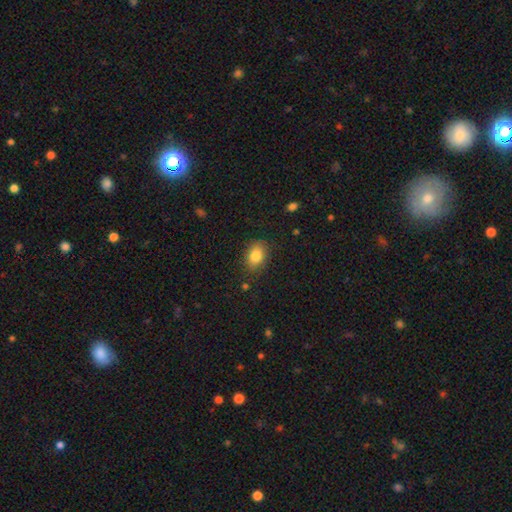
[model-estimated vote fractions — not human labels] This appears to be a smooth galaxy with no disk features (83%) that is in between round and cigar-shaped (76%). Merging: none (83%).